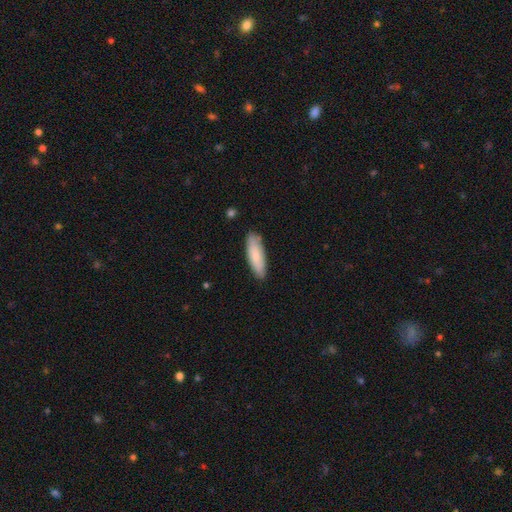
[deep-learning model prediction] Q: Smooth or featured?
A: smooth (82%); runner-up: featured or disk (12%)
Q: How rounded?
A: in between (54%); runner-up: cigar-shaped (44%)
Q: Merging?
A: none (85%); runner-up: minor disturbance (12%)